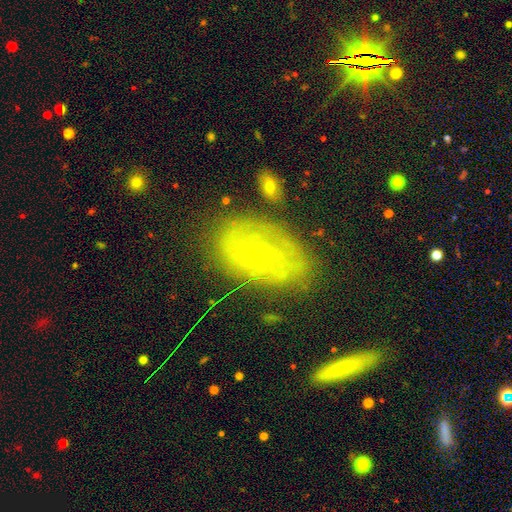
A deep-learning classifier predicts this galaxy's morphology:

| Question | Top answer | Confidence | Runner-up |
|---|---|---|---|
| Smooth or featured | featured or disk | 67% | smooth (23%) |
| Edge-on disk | no | 94% | yes (6%) |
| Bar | no | 74% | weak (22%) |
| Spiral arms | yes | 77% | no (23%) |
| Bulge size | small | 84% | moderate (13%) |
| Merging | none | 69% | minor disturbance (20%) |